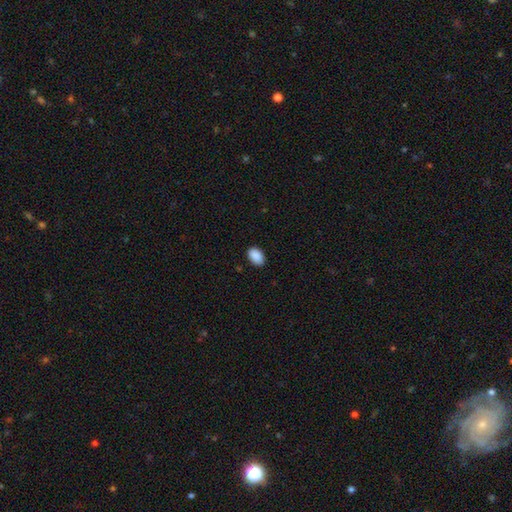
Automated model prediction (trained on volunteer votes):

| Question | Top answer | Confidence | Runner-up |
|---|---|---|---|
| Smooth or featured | smooth | 91% | star or artifact (7%) |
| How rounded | in between | 88% | round (11%) |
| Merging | none | 88% | minor disturbance (9%) |